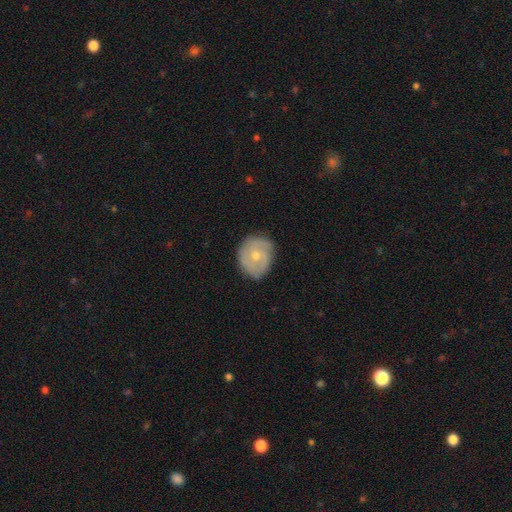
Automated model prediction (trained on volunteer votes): smooth-or-featured: smooth: 47% | featured or disk: 46% | star or artifact: 7%
  merging: none: 73% | minor disturbance: 21% | major disturbance: 5% | merger: 1%